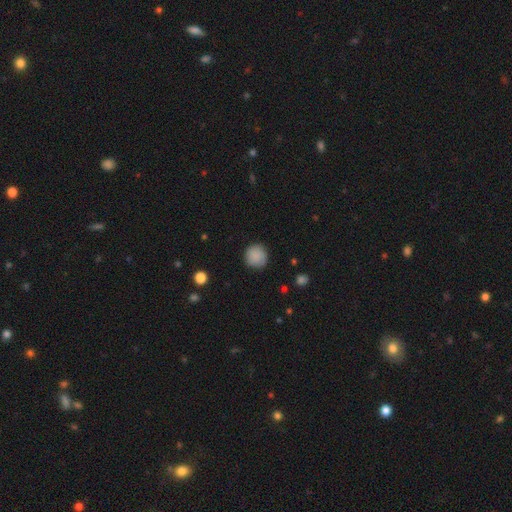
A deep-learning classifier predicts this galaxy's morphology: This is clearly a smooth galaxy (86%). How rounded: clearly round (92%). Merging: clearly none (83%).